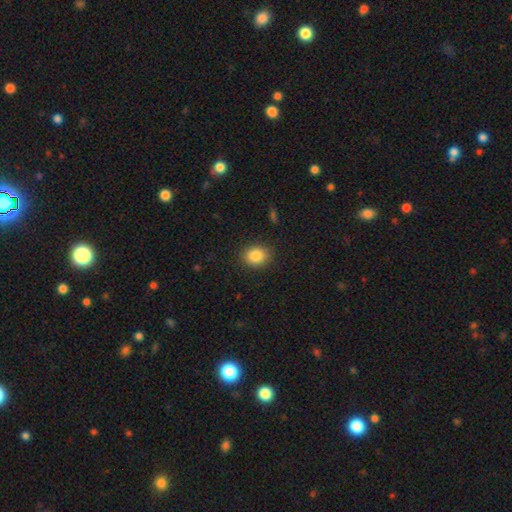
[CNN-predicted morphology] Smooth or featured?
  - smooth: 86% *
  - star or artifact: 9%
  - featured or disk: 5%
How rounded?
  - round: 59% *
  - in between: 40%
  - cigar-shaped: 1%
Merging?
  - none: 88% *
  - minor disturbance: 8%
  - major disturbance: 3%
  - merger: 1%